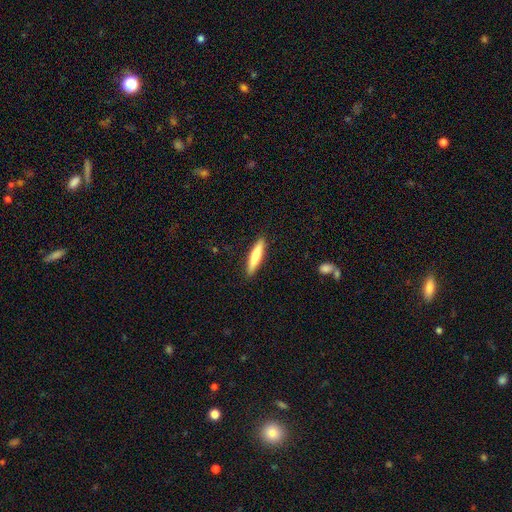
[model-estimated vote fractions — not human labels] Smooth or featured? smooth (70%)
How rounded? cigar-shaped (87%)
Merging? none (90%)